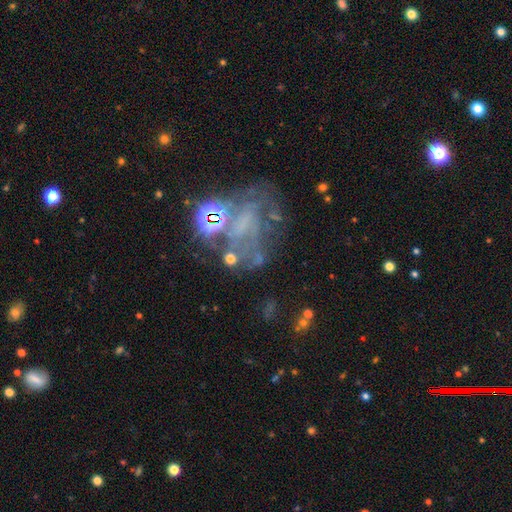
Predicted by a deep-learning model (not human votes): Smooth or featured: featured or disk — 51% (star or artifact — 29%)
Edge-on disk: no — 97% (yes — 3%)
Merging: none — 41% (major disturbance — 28%)